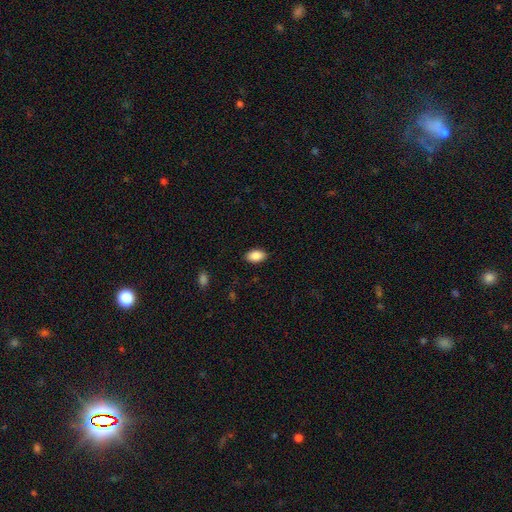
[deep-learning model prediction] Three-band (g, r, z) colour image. It shows a smooth galaxy with no disk features (88%) that is in between round and cigar-shaped (93%). Merging: none (87%).